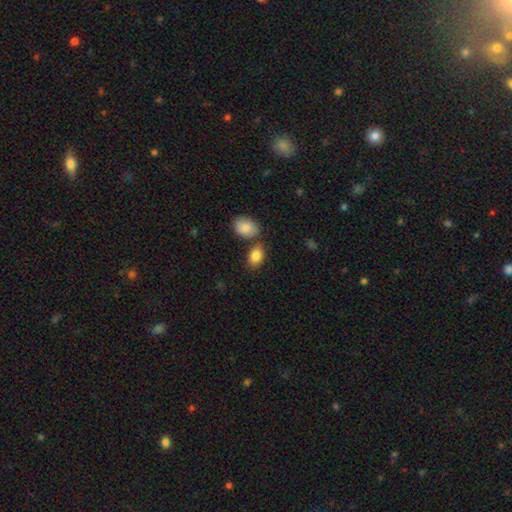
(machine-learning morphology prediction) smooth 86%, star or artifact 8%, featured or disk 7%. Down the decision tree: how rounded — in between (85%); merging — none (64%).